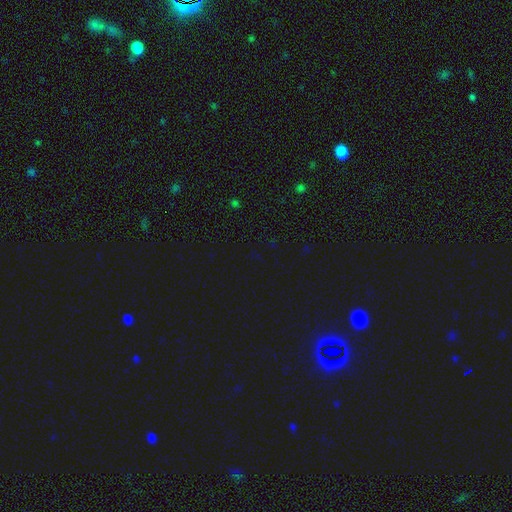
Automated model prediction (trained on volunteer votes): Morphology: type=star or artifact (74%).